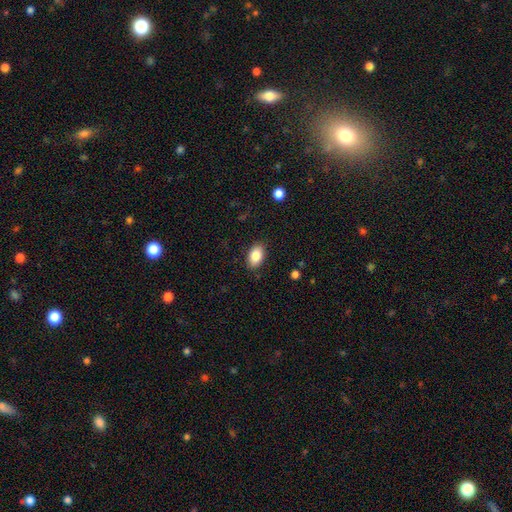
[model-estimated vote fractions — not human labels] Q: Smooth or featured?
A: smooth (86%); runner-up: star or artifact (7%)
Q: How rounded?
A: in between (91%); runner-up: round (8%)
Q: Merging?
A: none (88%); runner-up: minor disturbance (9%)